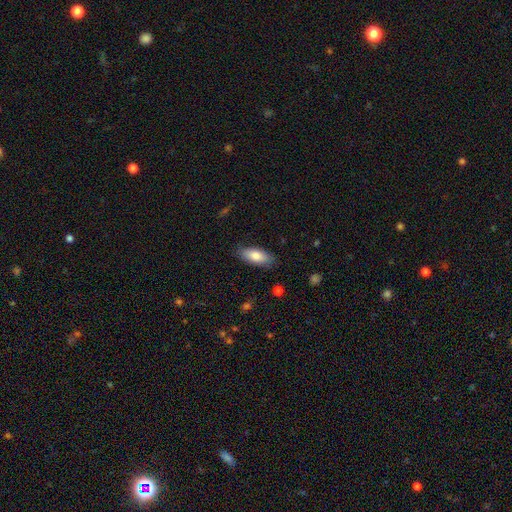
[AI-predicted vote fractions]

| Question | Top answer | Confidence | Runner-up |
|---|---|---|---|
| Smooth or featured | smooth | 81% | featured or disk (13%) |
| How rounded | in between | 78% | cigar-shaped (20%) |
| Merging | none | 85% | minor disturbance (12%) |